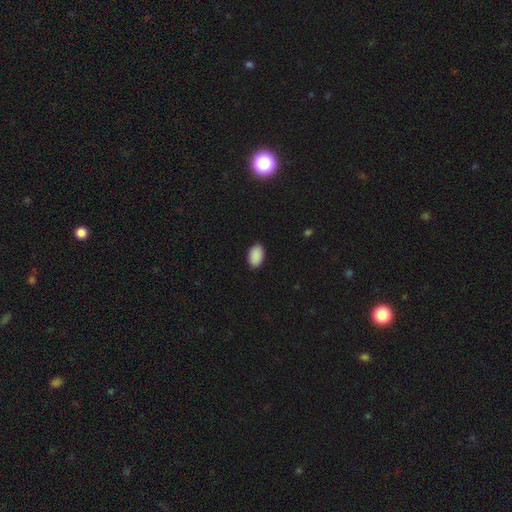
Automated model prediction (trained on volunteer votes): Smooth or featured?
  - smooth: 91% *
  - star or artifact: 7%
  - featured or disk: 2%
How rounded?
  - in between: 92% *
  - round: 7%
  - cigar-shaped: 1%
Merging?
  - none: 89% *
  - minor disturbance: 8%
  - major disturbance: 2%
  - merger: 1%